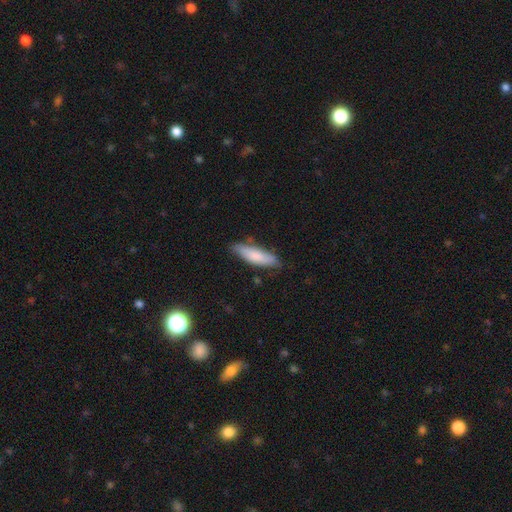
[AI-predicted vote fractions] Morphology: type=smooth (79%); roundness=cigar-shaped (60%); merging=none (74%).